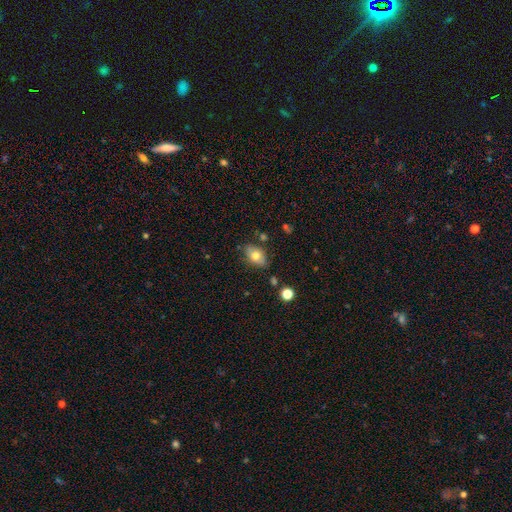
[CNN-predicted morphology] Smooth or featured? smooth (73%)
How rounded? in between (85%)
Merging? none (77%)